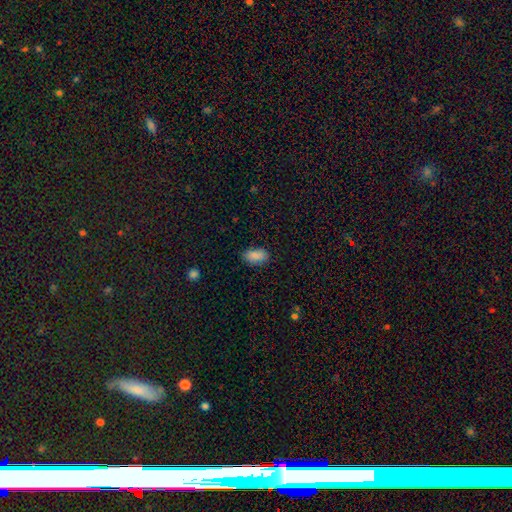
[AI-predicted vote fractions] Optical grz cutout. It shows a smooth galaxy with no disk features (88%) that is in between round and cigar-shaped (92%). Merging: none (82%).